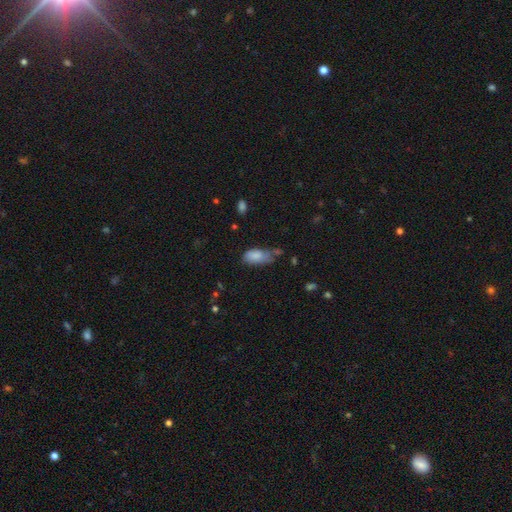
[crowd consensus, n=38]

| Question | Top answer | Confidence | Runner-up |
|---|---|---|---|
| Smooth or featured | smooth | 87% | featured or disk (8%) |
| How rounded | in between | 97% | round (3%) |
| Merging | minor disturbance | 33% | merger (25%) |